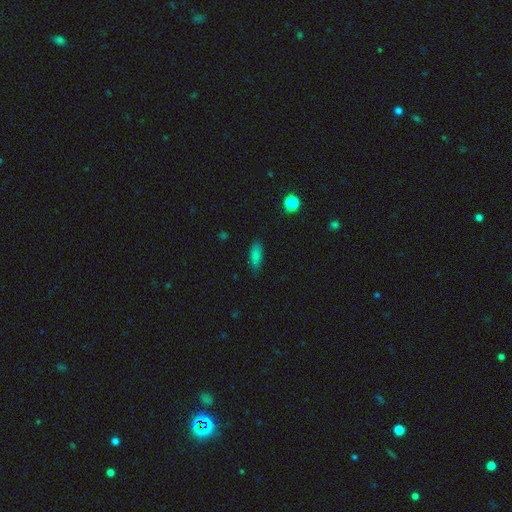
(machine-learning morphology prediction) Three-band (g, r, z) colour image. It shows a smooth galaxy with no disk features (82%) that is in between round and cigar-shaped (71%). Merging: none (79%).